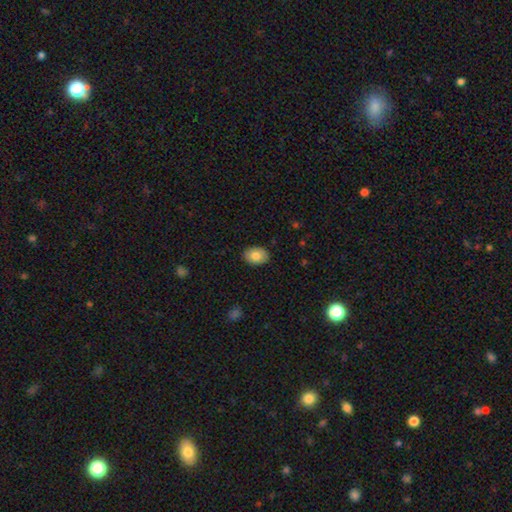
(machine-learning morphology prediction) Smooth or featured: smooth — 80% (featured or disk — 13%)
How rounded: in between — 71% (round — 28%)
Merging: none — 88% (minor disturbance — 9%)